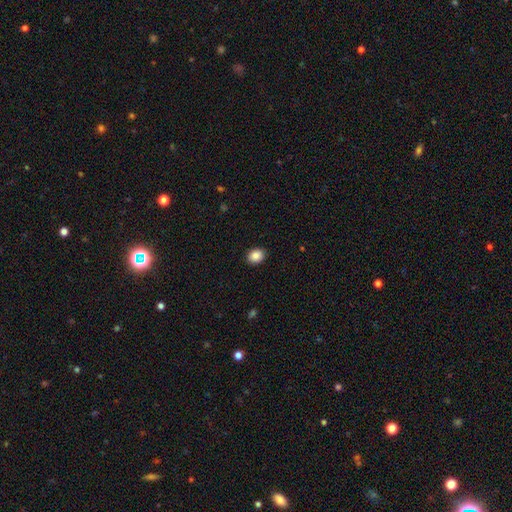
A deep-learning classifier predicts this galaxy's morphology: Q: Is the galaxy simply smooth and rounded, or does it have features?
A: smooth — 88%.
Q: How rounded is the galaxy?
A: round — 57%.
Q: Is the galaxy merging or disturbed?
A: none — 91%.